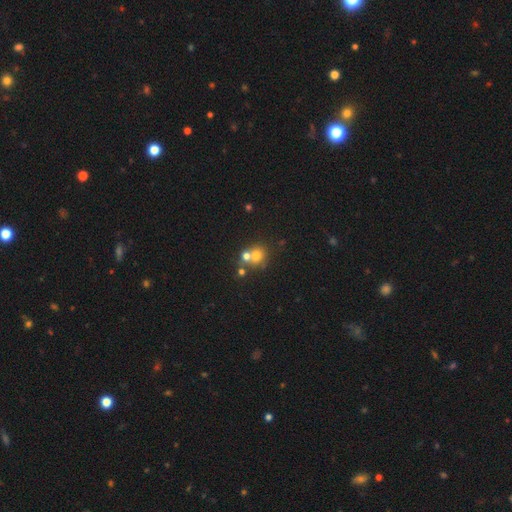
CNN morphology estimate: smooth-or-featured: smooth: 69% | star or artifact: 16% | featured or disk: 15%
  how-rounded: round: 80% | in between: 19% | cigar-shaped: 1%
  merging: none: 45% | merger: 44% | minor disturbance: 8% | major disturbance: 4%